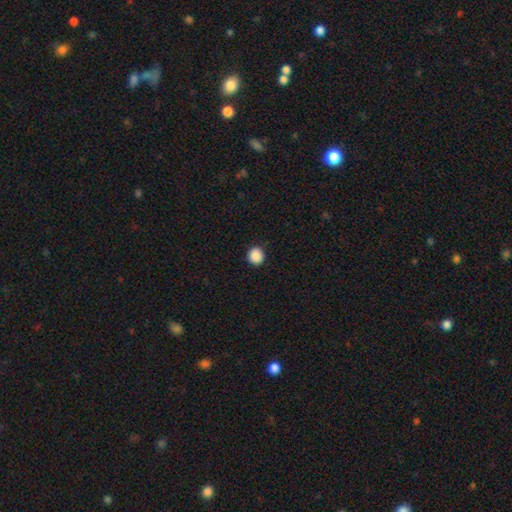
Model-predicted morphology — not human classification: Smooth or featured? Predicted: smooth (p=0.89). How rounded? Predicted: round (p=0.90). Merging? Predicted: none (p=0.92).